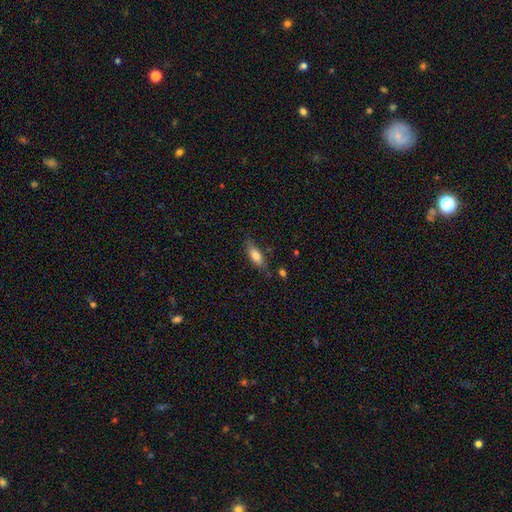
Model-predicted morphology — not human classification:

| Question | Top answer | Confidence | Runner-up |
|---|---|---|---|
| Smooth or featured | smooth | 77% | featured or disk (15%) |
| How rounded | in between | 74% | cigar-shaped (24%) |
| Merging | none | 69% | minor disturbance (22%) |